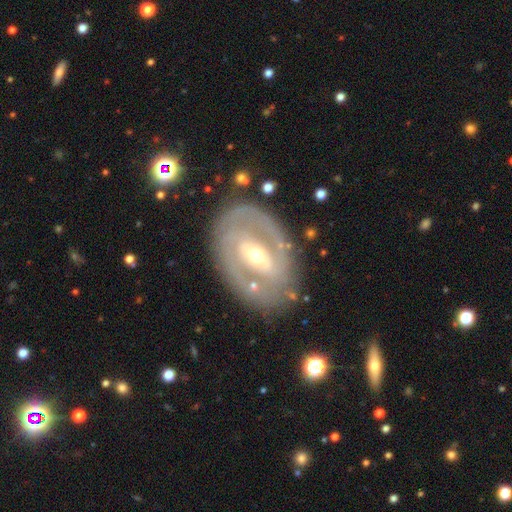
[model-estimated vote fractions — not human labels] Smooth or featured: featured or disk — 81% (smooth — 14%)
Edge-on disk: no — 94% (yes — 6%)
Bar: strong — 41% (weak — 37%)
Spiral arms: yes — 64% (no — 36%)
Bulge size: moderate — 50% (small — 45%)
Merging: none — 78% (minor disturbance — 14%)